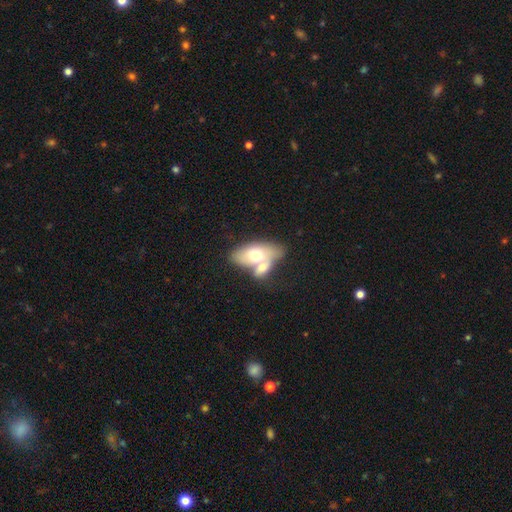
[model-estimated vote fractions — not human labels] A smooth galaxy with no disk features (61%) that is in between round and cigar-shaped (88%).

Vote fractions:
- Smooth or featured? smooth: 61% / featured or disk: 33% / star or artifact: 6%
- How rounded? in between: 88% / round: 7% / cigar-shaped: 5%
- Merging? merger: 65% / none: 20% / minor disturbance: 9% / major disturbance: 6%